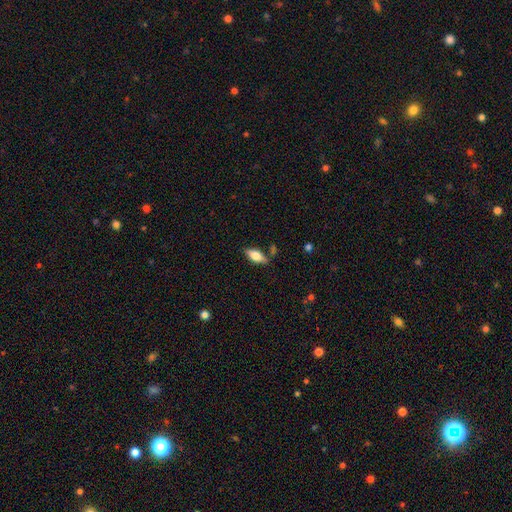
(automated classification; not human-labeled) Smooth or featured? Predicted: smooth (p=0.69). How rounded? Predicted: in between (p=0.78). Merging? Predicted: none (p=0.76).